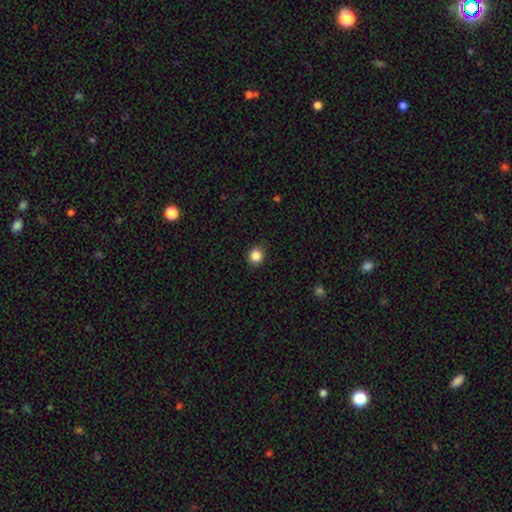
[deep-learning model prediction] A smooth galaxy with no disk features (85%) that is round (84%). Merging: none (87%).